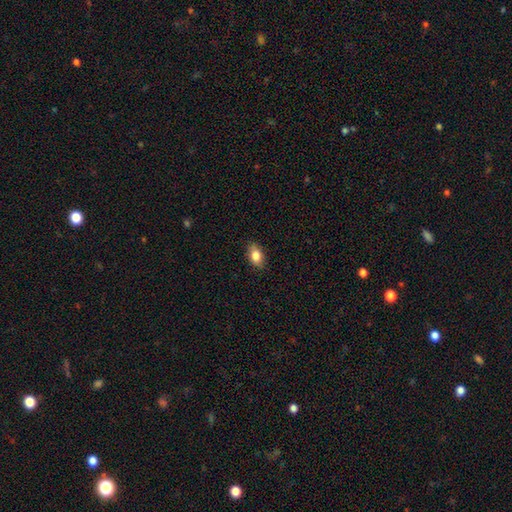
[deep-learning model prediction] Q: Smooth or featured?
A: smooth (83%); runner-up: featured or disk (9%)
Q: How rounded?
A: in between (86%); runner-up: round (11%)
Q: Merging?
A: none (85%); runner-up: minor disturbance (12%)